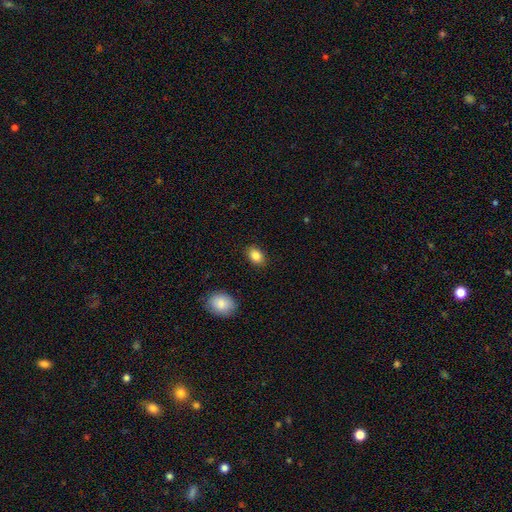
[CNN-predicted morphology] This is clearly a smooth galaxy (86%). How rounded: likely in between (76%). Merging: clearly none (87%).